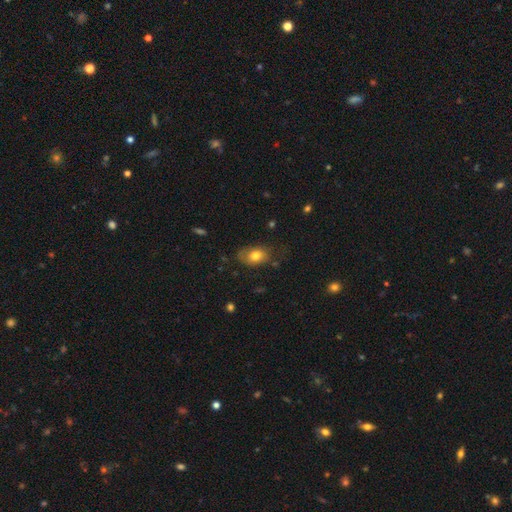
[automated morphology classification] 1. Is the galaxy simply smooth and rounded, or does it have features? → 76% smooth, 15% featured or disk, 9% star or artifact.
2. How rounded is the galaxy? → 81% in between, 18% round, 1% cigar-shaped.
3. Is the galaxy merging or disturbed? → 63% none, 26% minor disturbance, 9% major disturbance, 2% merger.